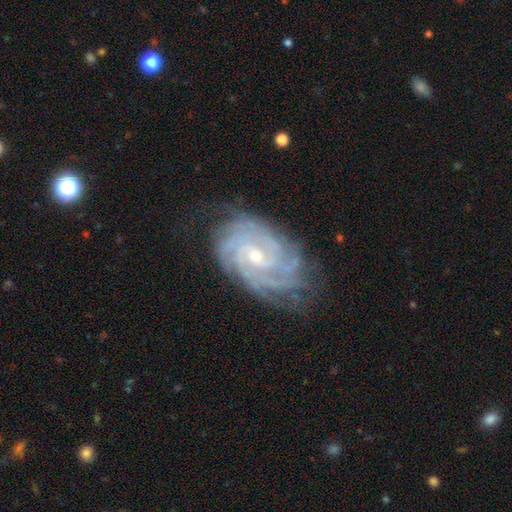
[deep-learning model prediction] smooth-or-featured: featured or disk: 89% | star or artifact: 5% | smooth: 5%
  disk-edge-on: no: 97% | yes: 3%
    bar: weak: 45% | no: 44% | strong: 11%
    has-spiral-arms: yes: 98% | no: 2%
      spiral-winding: tight: 78% | medium: 19% | loose: 3%
      spiral-arm-count: can't tell: 30% | 4: 23% | 3: 15% | more than 4: 13% | 2: 12% | 1: 7%
    bulge-size: small: 57% | moderate: 40% | large: 1% | none: 1% | dominant: 1%
  merging: none: 74% | minor disturbance: 19% | major disturbance: 6% | merger: 1%